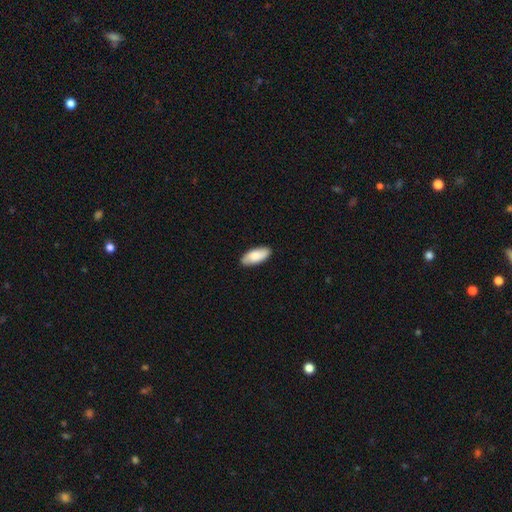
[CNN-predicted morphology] smooth_or_featured: smooth (p=0.80) [alt: featured or disk p=0.15]
how_rounded: in between (p=0.87) [alt: cigar-shaped p=0.11]
merging: none (p=0.89) [alt: minor disturbance p=0.09]